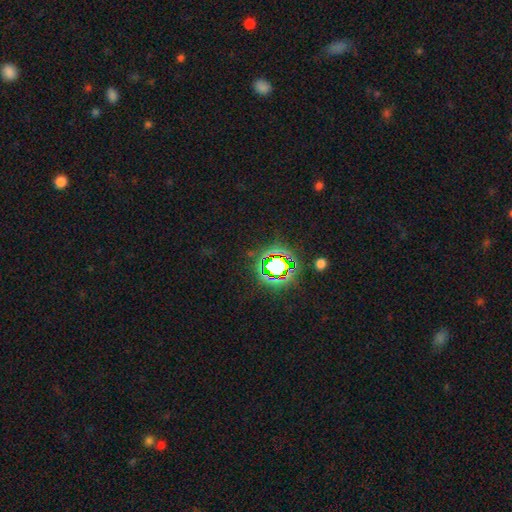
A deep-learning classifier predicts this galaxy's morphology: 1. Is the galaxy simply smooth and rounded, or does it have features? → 77% star or artifact, 15% smooth, 8% featured or disk.